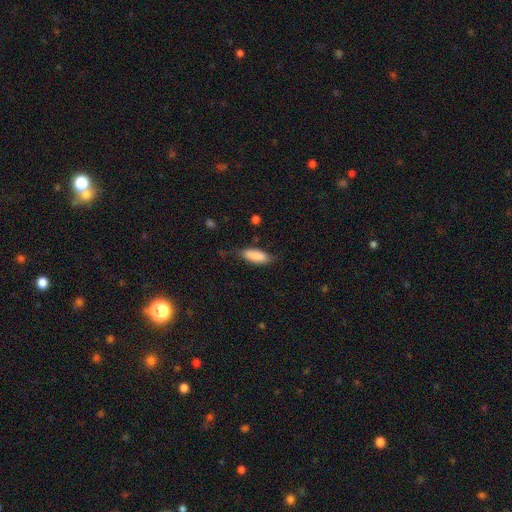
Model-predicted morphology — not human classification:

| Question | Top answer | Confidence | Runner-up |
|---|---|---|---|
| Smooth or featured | smooth | 84% | featured or disk (9%) |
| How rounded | in between | 78% | cigar-shaped (20%) |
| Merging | none | 67% | minor disturbance (25%) |